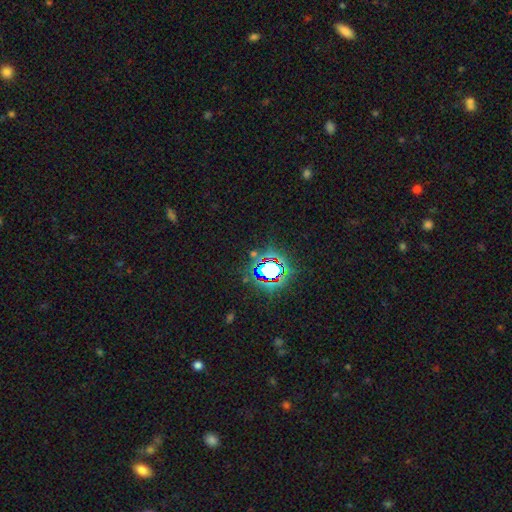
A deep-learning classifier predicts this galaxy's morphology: smooth_or_featured: star or artifact (p=0.77) [alt: smooth p=0.15]